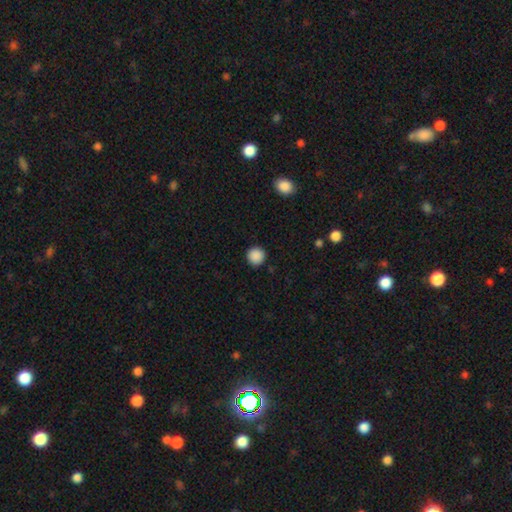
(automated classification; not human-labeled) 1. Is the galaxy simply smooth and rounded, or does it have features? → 89% smooth, 9% star or artifact, 2% featured or disk.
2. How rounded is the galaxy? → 95% round, 4% in between, 1% cigar-shaped.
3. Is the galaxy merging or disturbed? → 92% none, 5% minor disturbance, 2% major disturbance, 1% merger.